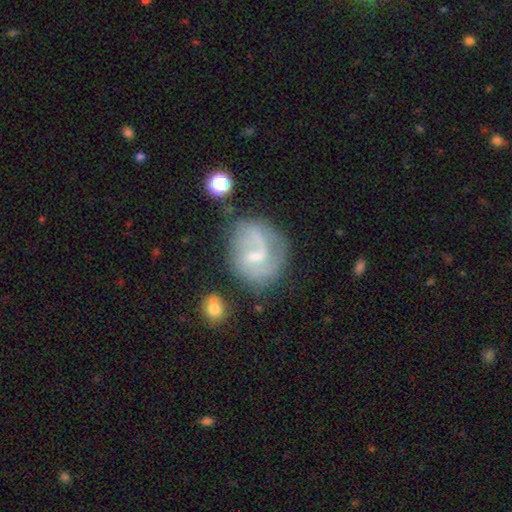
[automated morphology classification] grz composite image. It shows a featured or disk galaxy (72%) with a weak bar (56%), 2 (60%) medium (44%) spiral arms (86%) and a small central bulge (62%). Merging: none (57%).